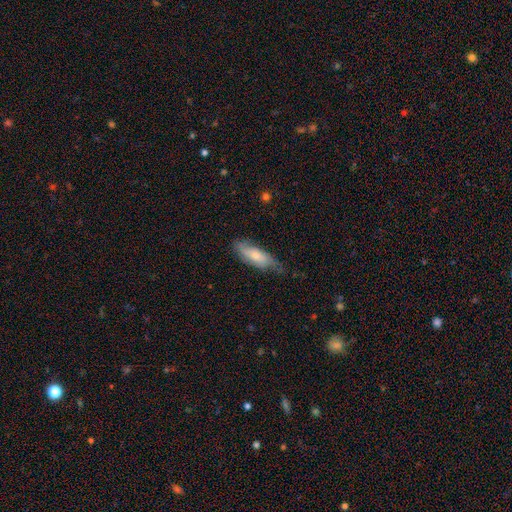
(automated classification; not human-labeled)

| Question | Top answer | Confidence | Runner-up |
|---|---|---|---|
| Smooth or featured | smooth | 59% | featured or disk (35%) |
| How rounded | in between | 64% | cigar-shaped (33%) |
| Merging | none | 60% | minor disturbance (31%) |